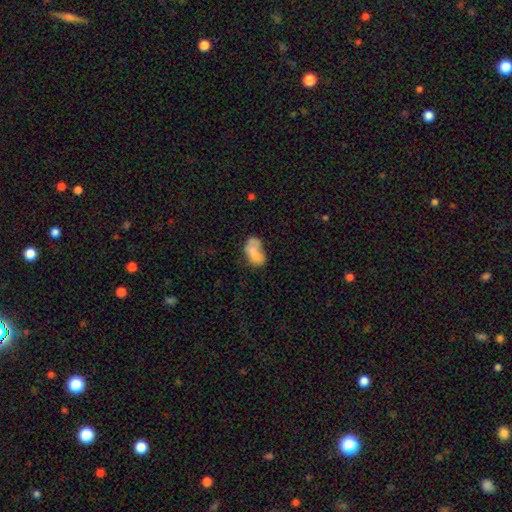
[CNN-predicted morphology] smooth-or-featured: smooth: 54% | featured or disk: 29% | star or artifact: 17%
  how-rounded: in between: 84% | round: 11% | cigar-shaped: 5%
  merging: none: 38% | merger: 25% | minor disturbance: 21% | major disturbance: 16%